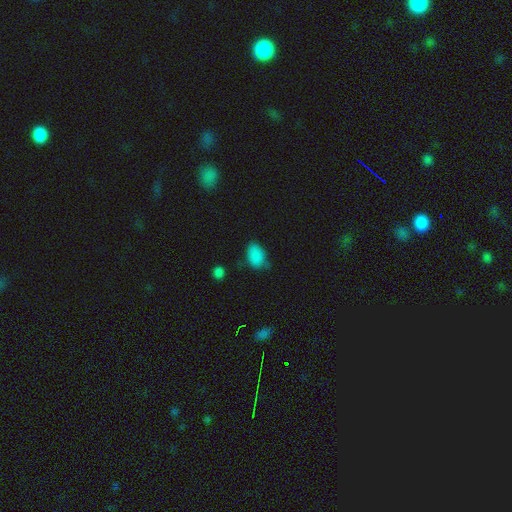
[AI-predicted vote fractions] This appears to be a smooth galaxy with no disk features (85%) that is in between round and cigar-shaped (88%). Merging: none (62%).